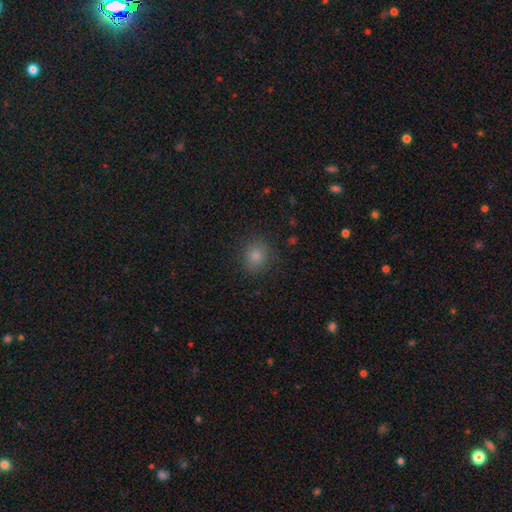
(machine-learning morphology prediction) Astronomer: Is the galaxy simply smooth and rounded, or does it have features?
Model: smooth — 79%.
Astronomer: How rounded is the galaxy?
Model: round — 81%.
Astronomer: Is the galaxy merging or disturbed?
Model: none — 88%.